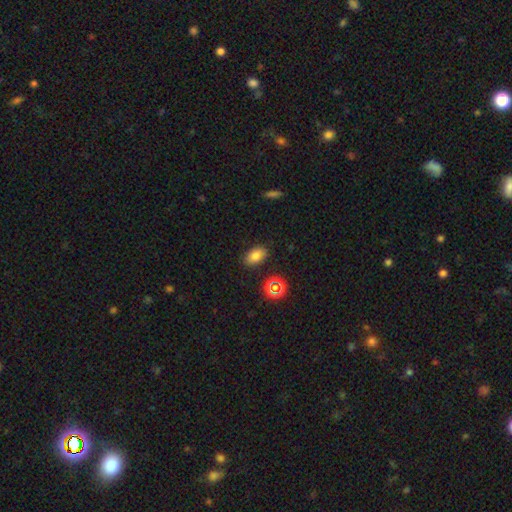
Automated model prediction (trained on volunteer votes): This appears to be a smooth galaxy with no disk features (80%) that is in between round and cigar-shaped (88%). Merging: none (86%).